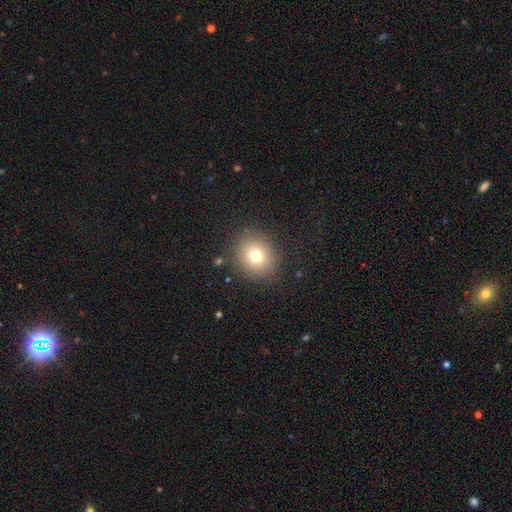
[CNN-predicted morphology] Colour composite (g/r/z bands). It shows a smooth galaxy with no disk features (73%) that is round (86%). Merging: none (87%).